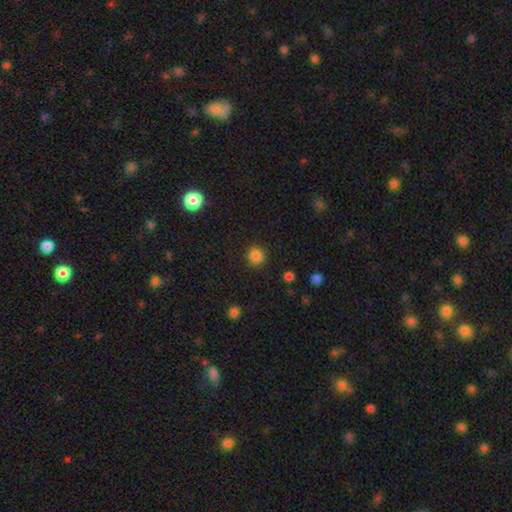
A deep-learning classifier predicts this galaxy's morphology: Smooth or featured?
  - smooth: 84% *
  - star or artifact: 12%
  - featured or disk: 4%
How rounded?
  - round: 93% *
  - in between: 6%
  - cigar-shaped: 1%
Merging?
  - none: 91% *
  - minor disturbance: 6%
  - major disturbance: 2%
  - merger: 1%